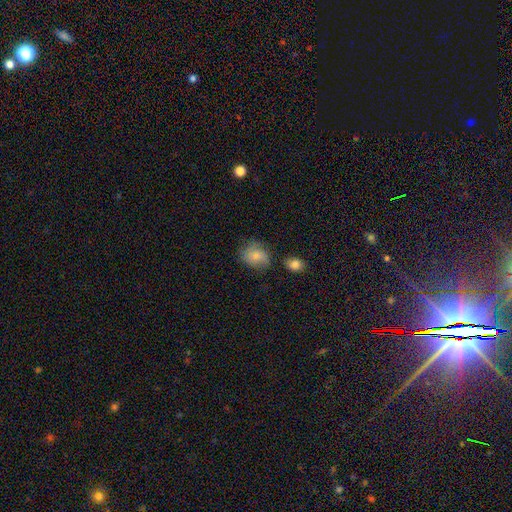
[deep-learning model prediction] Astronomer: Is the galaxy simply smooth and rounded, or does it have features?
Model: smooth — 74%.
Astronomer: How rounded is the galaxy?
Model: round — 51% (runner-up: in between, 48%).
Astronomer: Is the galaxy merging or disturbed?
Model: none — 59%.